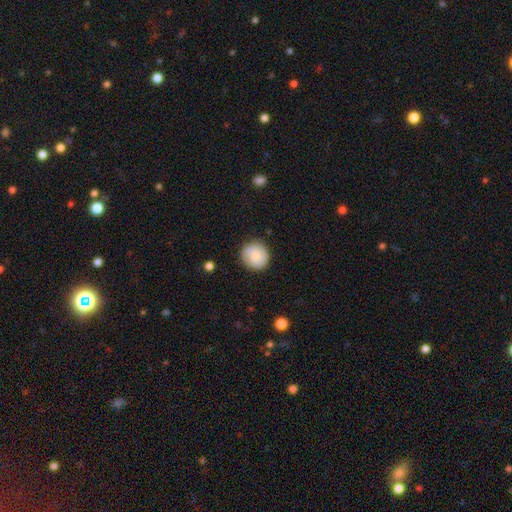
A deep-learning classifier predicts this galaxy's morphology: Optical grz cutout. It shows a smooth galaxy with no disk features (81%) that is round (90%). Merging: none (85%).